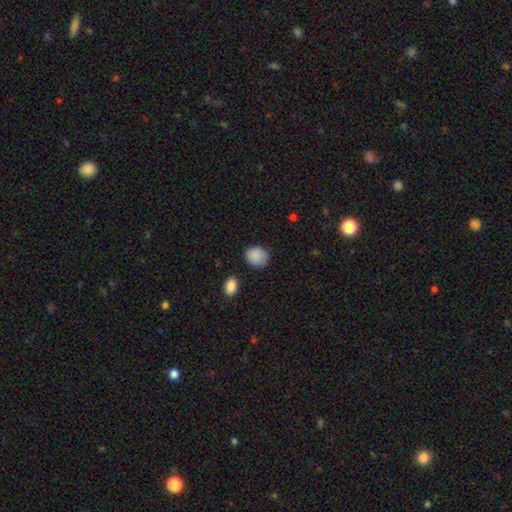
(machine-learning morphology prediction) smooth_or_featured: smooth (p=0.88) [alt: star or artifact p=0.07]
how_rounded: round (p=0.71) [alt: in between p=0.28]
merging: none (p=0.81) [alt: minor disturbance p=0.14]